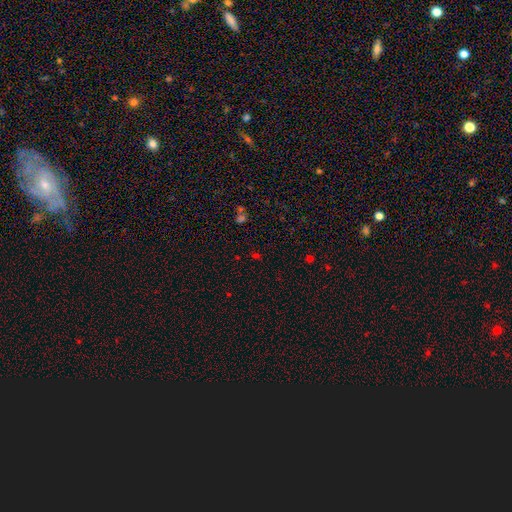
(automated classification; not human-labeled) Smooth or featured?
  - star or artifact: 54% *
  - smooth: 38%
  - featured or disk: 8%